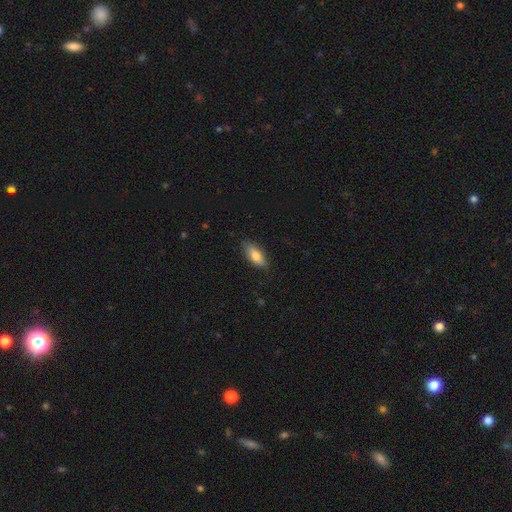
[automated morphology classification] Overall: smooth (79%). How rounded: in between (74%). Merging: none (79%).